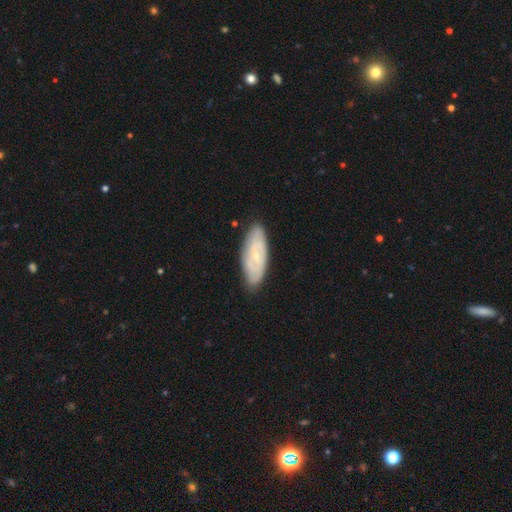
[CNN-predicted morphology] A featured or disk galaxy (58%) with no bar (65%), spiral arms (76%) and a small central bulge (76%).

Vote fractions:
- Smooth or featured? featured or disk: 58% / smooth: 35% / star or artifact: 7%
- Edge-on disk? no: 87% / yes: 13%
- Bar? no: 65% / weak: 29% / strong: 6%
- Spiral arms? yes: 76% / no: 24%
- Bulge size? small: 76% / moderate: 17% / none: 5% / large: 1% / dominant: 1%
- Merging? none: 84% / minor disturbance: 12% / major disturbance: 2% / merger: 1%